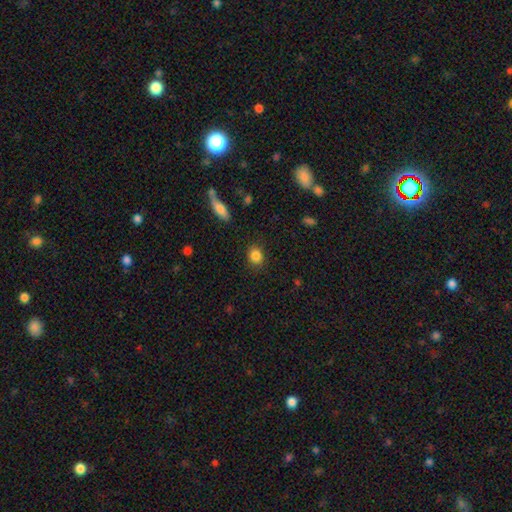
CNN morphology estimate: type=smooth (86%); roundness=round (65%); merging=none (87%).